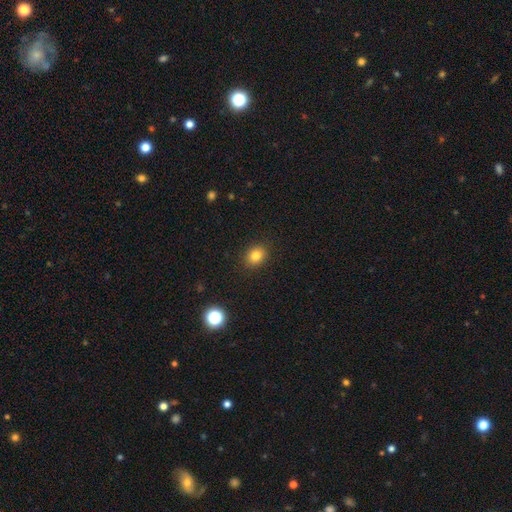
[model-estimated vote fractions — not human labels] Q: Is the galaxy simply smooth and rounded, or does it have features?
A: smooth — 82%.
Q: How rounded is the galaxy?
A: round — 51%.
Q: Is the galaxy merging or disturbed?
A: none — 89%.